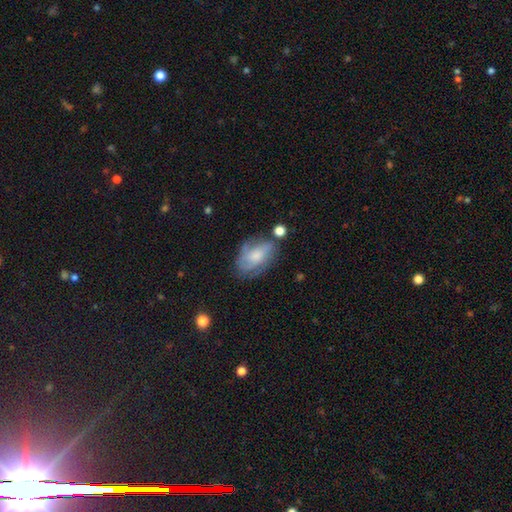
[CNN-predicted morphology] smooth-or-featured: featured or disk: 57% | smooth: 35% | star or artifact: 8%
  disk-edge-on: no: 95% | yes: 5%
    bar: no: 67% | weak: 28% | strong: 5%
    has-spiral-arms: yes: 80% | no: 20%
    bulge-size: moderate: 40% | small: 36% | none: 11% | large: 11% | dominant: 2%
  merging: none: 58% | minor disturbance: 24% | major disturbance: 12% | merger: 5%